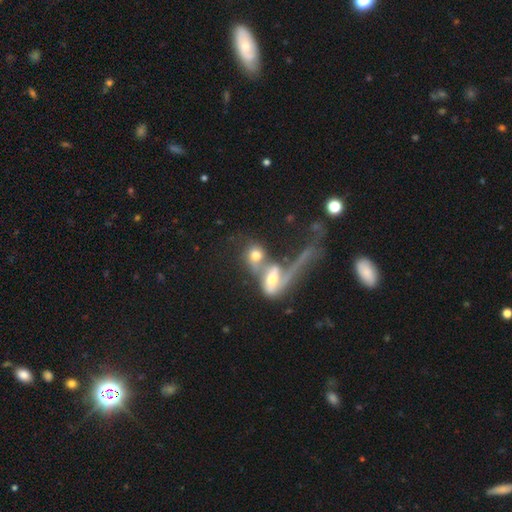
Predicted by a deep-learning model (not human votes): Smooth or featured?
  - smooth: 53% *
  - featured or disk: 35%
  - star or artifact: 12%
How rounded?
  - round: 52% *
  - in between: 42%
  - cigar-shaped: 6%
Merging?
  - merger: 69% *
  - none: 14%
  - major disturbance: 12%
  - minor disturbance: 6%